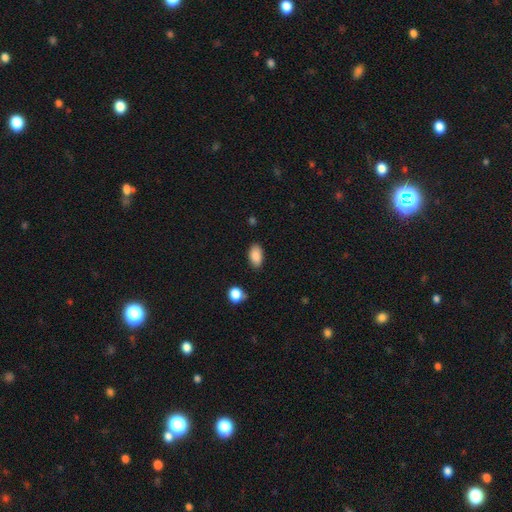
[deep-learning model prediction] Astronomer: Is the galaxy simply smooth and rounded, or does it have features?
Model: smooth — 88%.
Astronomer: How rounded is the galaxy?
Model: in between — 93%.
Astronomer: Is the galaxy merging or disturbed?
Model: none — 84%.